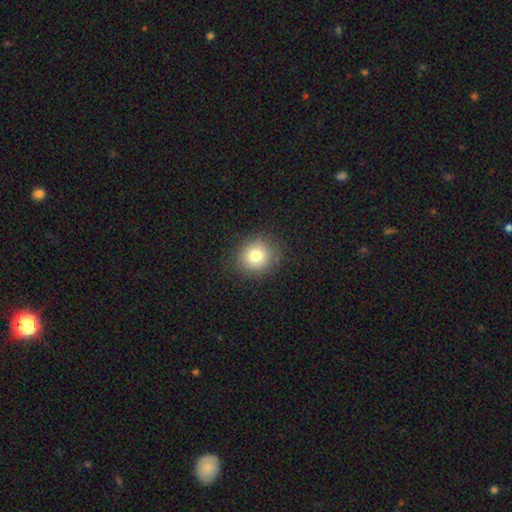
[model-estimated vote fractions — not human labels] smooth 79%, star or artifact 12%, featured or disk 9%. Down the decision tree: how rounded — round (83%); merging — none (87%).